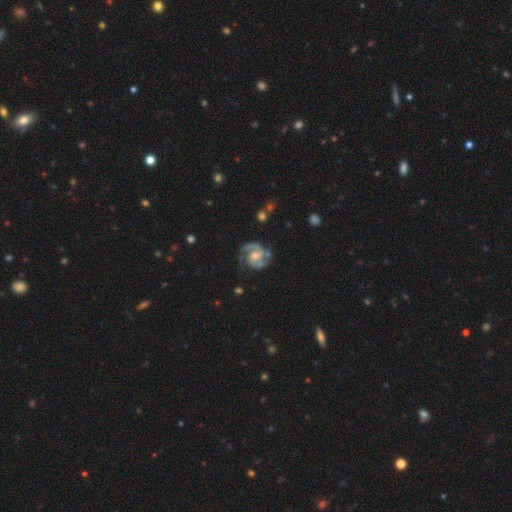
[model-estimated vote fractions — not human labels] This appears to be a featured or disk galaxy (90%) with no bar (48%), 2 (86%) medium (52%) spiral arms (98%) and a moderate central bulge (50%). Merging: none (72%).